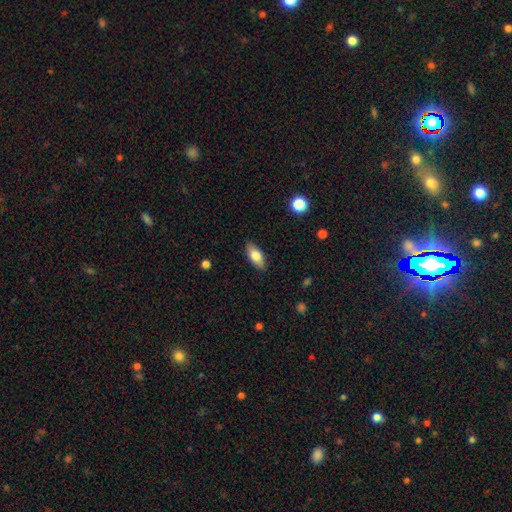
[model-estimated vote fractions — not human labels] smooth 75%, featured or disk 18%, star or artifact 7%. Down the decision tree: how rounded — in between (85%); merging — none (87%).